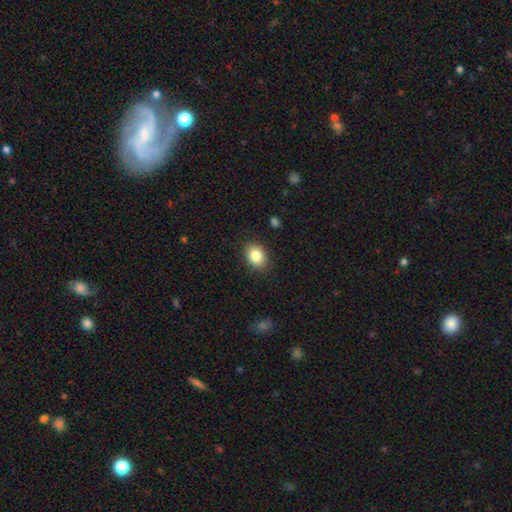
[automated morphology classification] The model was most divided on "how rounded": in between: 75%, round: 24%, cigar-shaped: 1%. More confident: merging — none (87%); smooth or featured — smooth (86%).